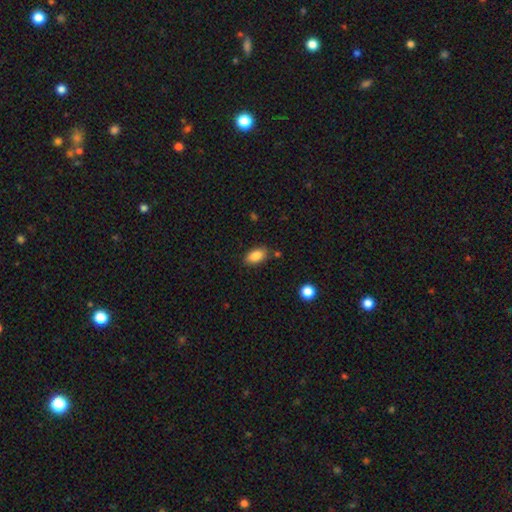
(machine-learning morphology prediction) smooth_or_featured: smooth (p=0.86) [alt: star or artifact p=0.08]
how_rounded: in between (p=0.91) [alt: round p=0.05]
merging: none (p=0.81) [alt: minor disturbance p=0.13]